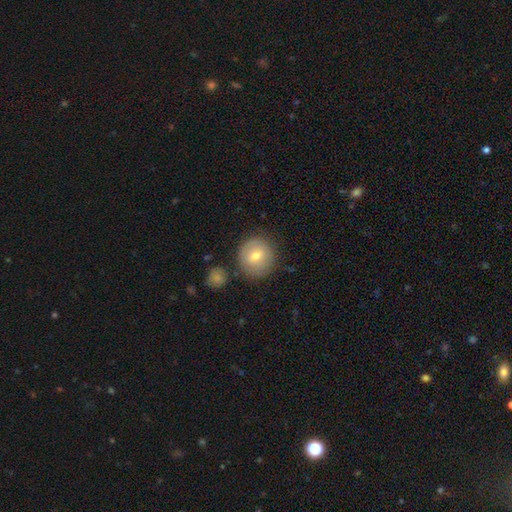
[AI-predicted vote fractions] smooth 71%, featured or disk 21%, star or artifact 8%. Down the decision tree: how rounded — round (91%); merging — none (77%).